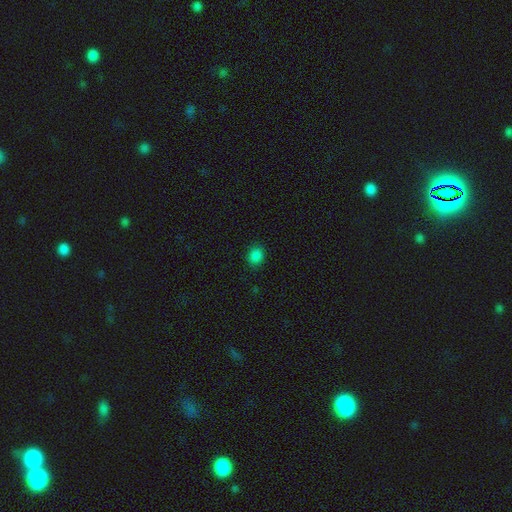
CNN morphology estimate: Smooth or featured?
  - smooth: 83% *
  - star or artifact: 14%
  - featured or disk: 3%
How rounded?
  - round: 56% *
  - in between: 43%
  - cigar-shaped: 1%
Merging?
  - none: 88% *
  - minor disturbance: 9%
  - major disturbance: 2%
  - merger: 1%